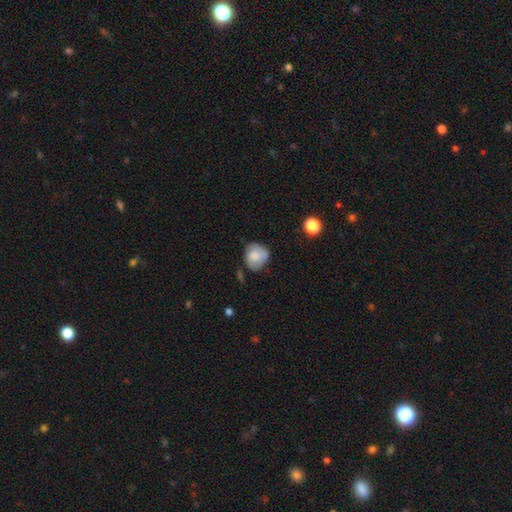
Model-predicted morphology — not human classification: type=smooth (72%); roundness=round (67%); merging=none (50%).